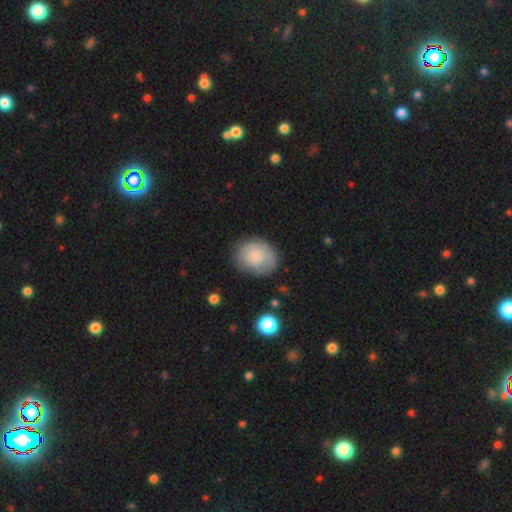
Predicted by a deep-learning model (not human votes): Smooth or featured? Predicted: smooth (p=0.73). How rounded? Predicted: round (p=0.56). Merging? Predicted: none (p=0.64).